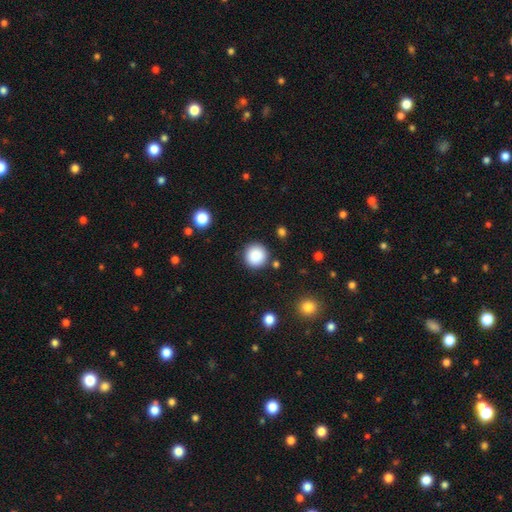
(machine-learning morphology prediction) Smooth or featured?
  - smooth: 87% *
  - star or artifact: 9%
  - featured or disk: 3%
How rounded?
  - round: 95% *
  - in between: 4%
  - cigar-shaped: 1%
Merging?
  - none: 89% *
  - minor disturbance: 7%
  - major disturbance: 2%
  - merger: 2%